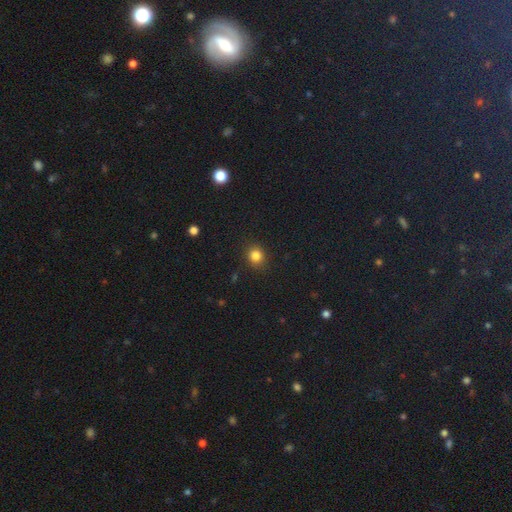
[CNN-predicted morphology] Smooth or featured? Predicted: smooth (p=0.83). How rounded? Predicted: round (p=0.80). Merging? Predicted: none (p=0.89).